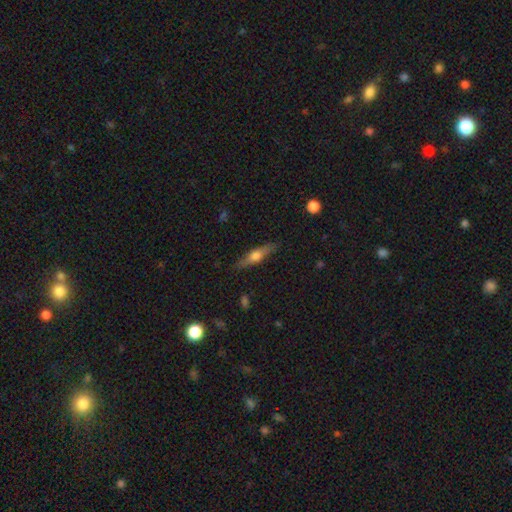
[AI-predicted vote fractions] A featured or disk galaxy (50%) viewed edge-on (90%).

Vote fractions:
- Smooth or featured? featured or disk: 50% / smooth: 43% / star or artifact: 6%
- Edge-on disk? yes: 90% / no: 10%
- Merging? none: 84% / minor disturbance: 12% / major disturbance: 3% / merger: 1%